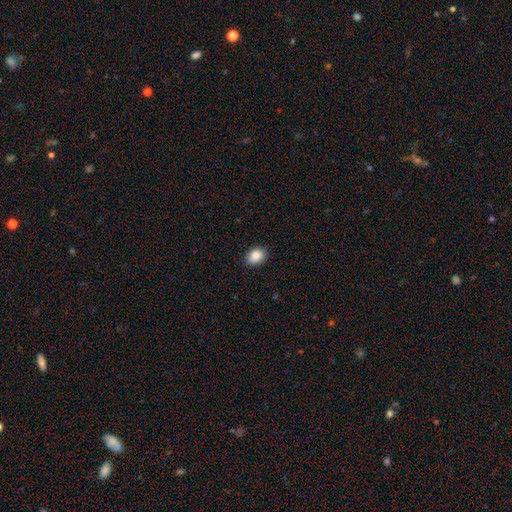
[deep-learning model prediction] A smooth galaxy with no disk features (88%) that is in between round and cigar-shaped (63%).

Vote fractions:
- Smooth or featured? smooth: 88% / star or artifact: 8% / featured or disk: 4%
- How rounded? in between: 63% / round: 36% / cigar-shaped: 1%
- Merging? none: 84% / minor disturbance: 13% / major disturbance: 2% / merger: 1%